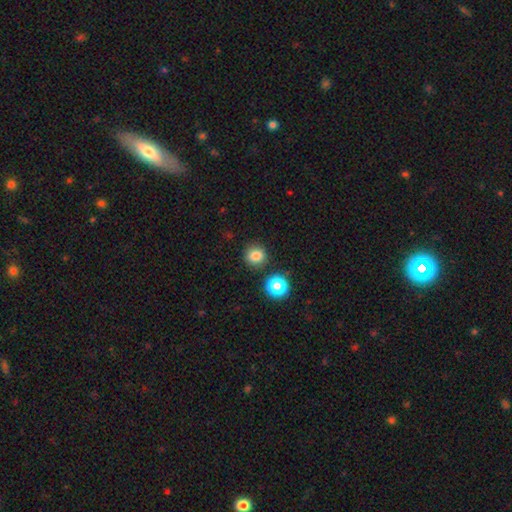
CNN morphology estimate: Smooth or featured: smooth — 82% (star or artifact — 13%)
How rounded: round — 90% (in between — 9%)
Merging: none — 86% (minor disturbance — 7%)